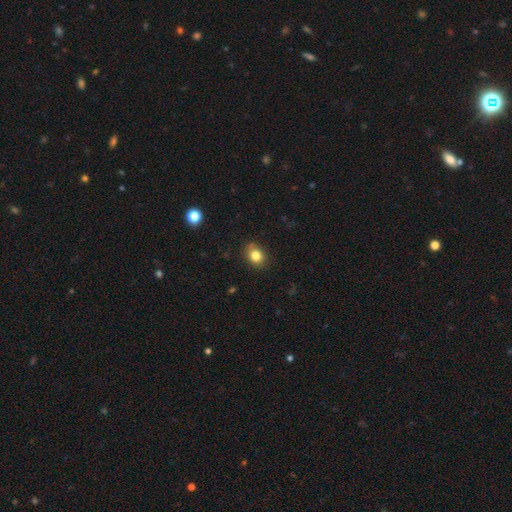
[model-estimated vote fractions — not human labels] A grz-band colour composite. It shows a smooth galaxy with no disk features (82%) that is in between round and cigar-shaped (51%). Merging: none (79%).